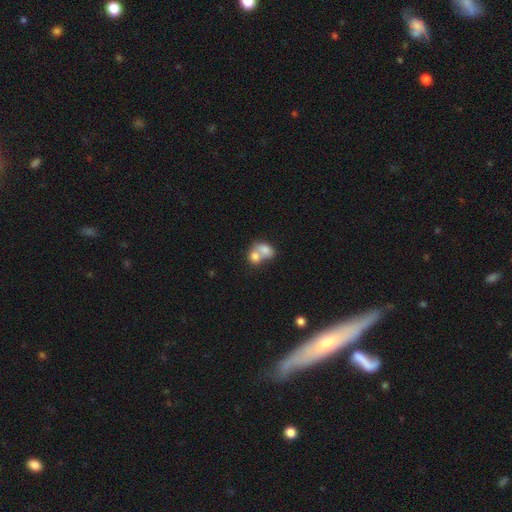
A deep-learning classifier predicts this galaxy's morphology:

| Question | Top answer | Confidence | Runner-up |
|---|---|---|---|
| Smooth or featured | smooth | 74% | featured or disk (18%) |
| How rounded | in between | 59% | round (40%) |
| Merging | merger | 74% | none (17%) |